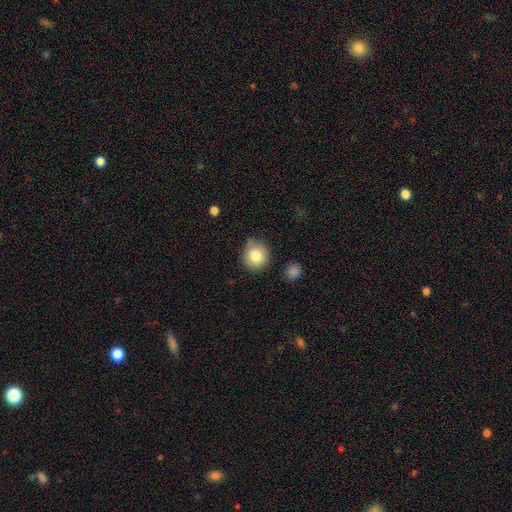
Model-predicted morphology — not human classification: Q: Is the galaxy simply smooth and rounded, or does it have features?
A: smooth — 83%.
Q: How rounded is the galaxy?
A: round — 84%.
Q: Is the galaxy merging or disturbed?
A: none — 74%.